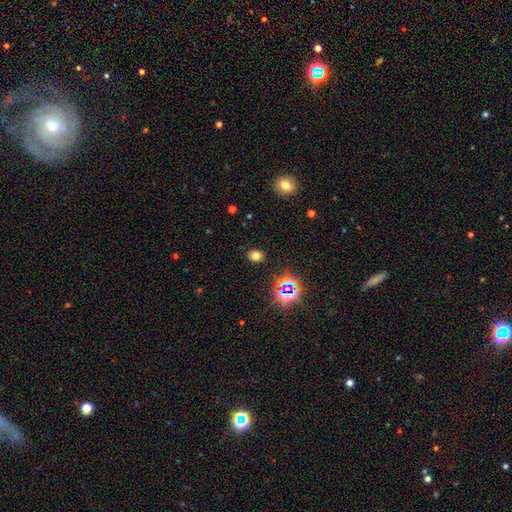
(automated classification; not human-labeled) smooth_or_featured: smooth (p=0.70) [alt: star or artifact p=0.23]
how_rounded: round (p=0.56) [alt: in between p=0.43]
merging: none (p=0.86) [alt: minor disturbance p=0.09]